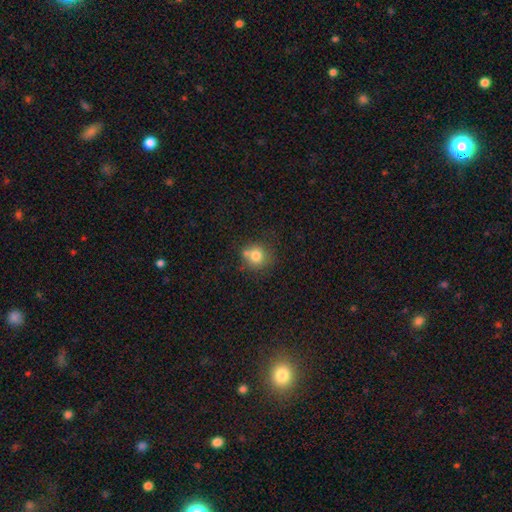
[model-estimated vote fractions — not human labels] Smooth or featured: smooth — 77% (star or artifact — 12%)
How rounded: round — 87% (in between — 12%)
Merging: none — 59% (merger — 22%)